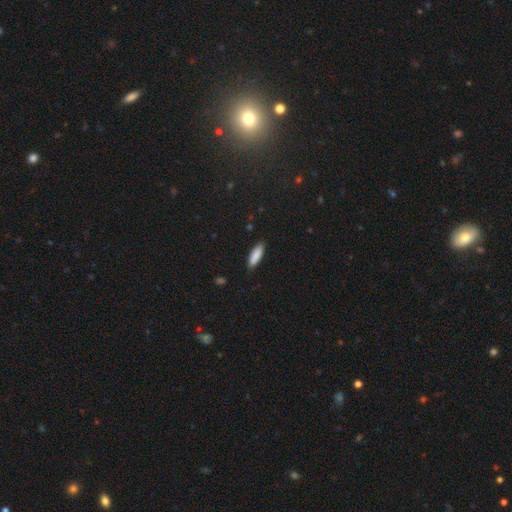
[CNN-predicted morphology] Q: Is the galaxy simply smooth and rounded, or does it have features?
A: smooth — 87%.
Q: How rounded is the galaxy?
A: in between — 50%.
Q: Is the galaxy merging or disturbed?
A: none — 85%.